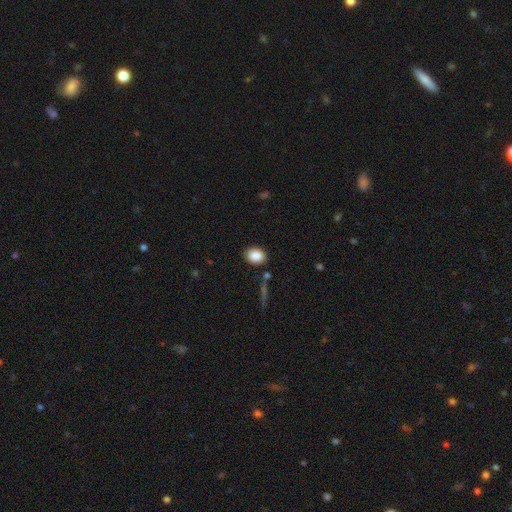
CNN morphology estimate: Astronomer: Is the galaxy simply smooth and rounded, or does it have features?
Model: smooth — 86%.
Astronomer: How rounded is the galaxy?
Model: in between — 64%.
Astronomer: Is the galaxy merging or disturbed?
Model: none — 87%.